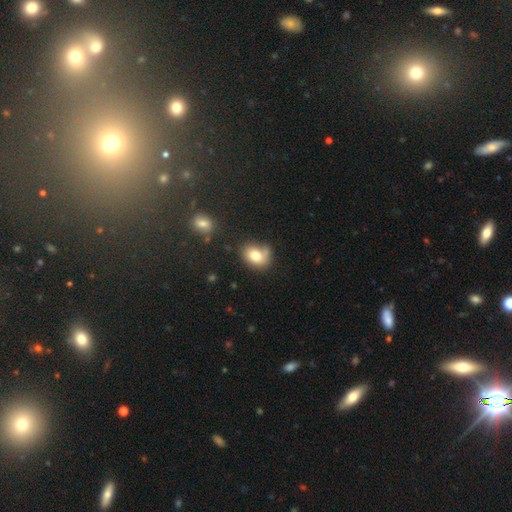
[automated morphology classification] The model was most divided on "how rounded": in between: 58%, round: 41%, cigar-shaped: 1%. More confident: smooth or featured — smooth (78%); merging — none (53%).